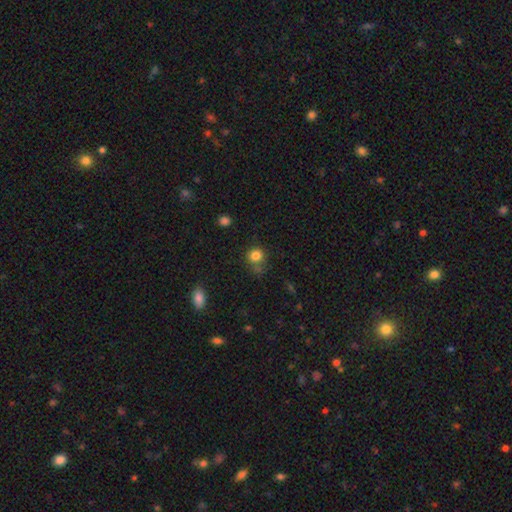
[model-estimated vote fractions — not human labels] Overall: smooth (82%). How rounded: round (85%). Merging: none (65%).